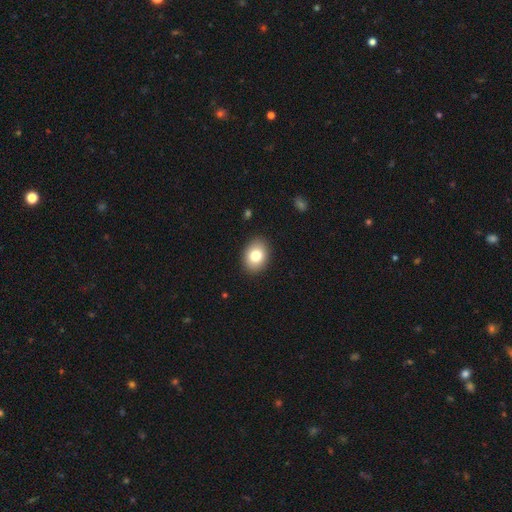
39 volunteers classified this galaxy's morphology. Volunteers were most divided on "how rounded": in between: 77%, round: 23%, cigar-shaped: 0%. More confident: merging — none (85%); smooth or featured — smooth (77%).